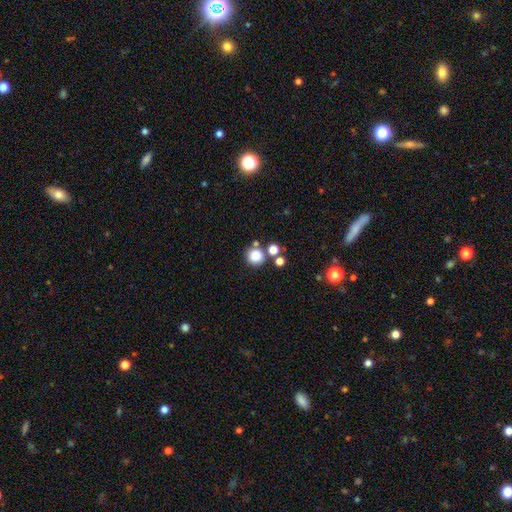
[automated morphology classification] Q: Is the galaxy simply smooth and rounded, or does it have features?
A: smooth — 81%.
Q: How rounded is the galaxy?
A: round — 92%.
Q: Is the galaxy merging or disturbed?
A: none — 70%.